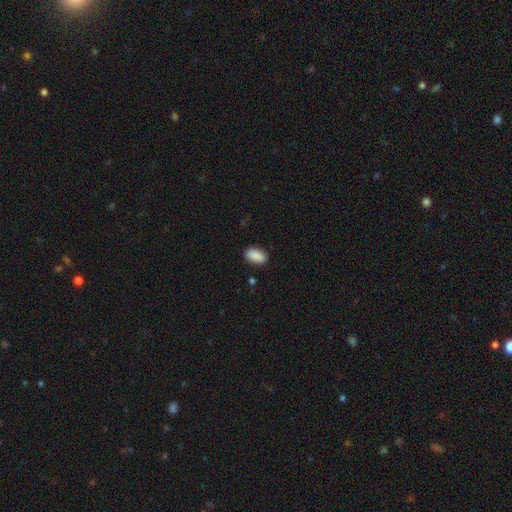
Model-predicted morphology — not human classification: Smooth or featured?
  - smooth: 90% *
  - star or artifact: 7%
  - featured or disk: 3%
How rounded?
  - in between: 93% *
  - cigar-shaped: 4%
  - round: 3%
Merging?
  - none: 88% *
  - minor disturbance: 9%
  - major disturbance: 2%
  - merger: 1%